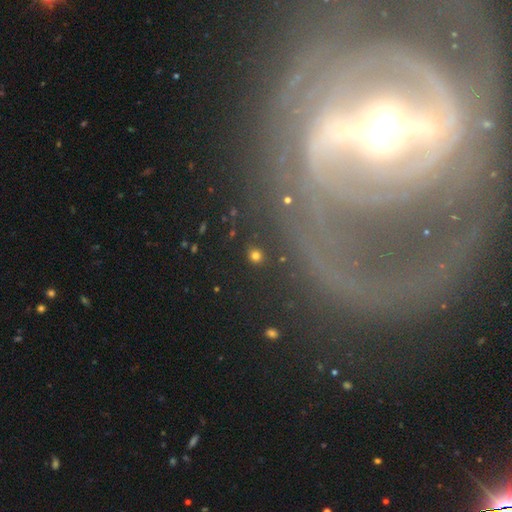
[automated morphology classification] Smooth or featured? smooth (73%)
How rounded? round (80%)
Merging? none (89%)